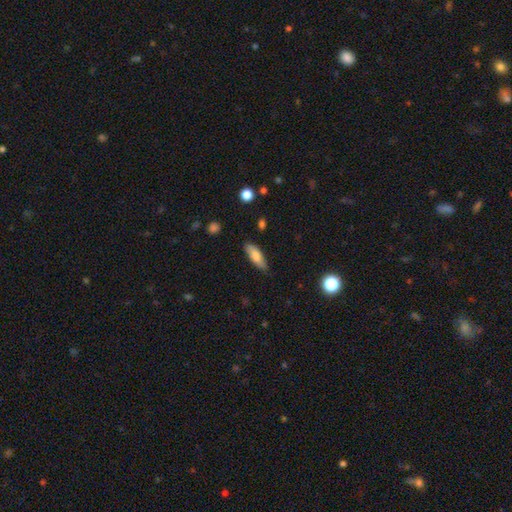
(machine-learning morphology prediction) smooth-or-featured: smooth: 75% | featured or disk: 19% | star or artifact: 6%
  how-rounded: in between: 63% | cigar-shaped: 35% | round: 2%
  merging: none: 80% | minor disturbance: 16% | major disturbance: 3% | merger: 1%